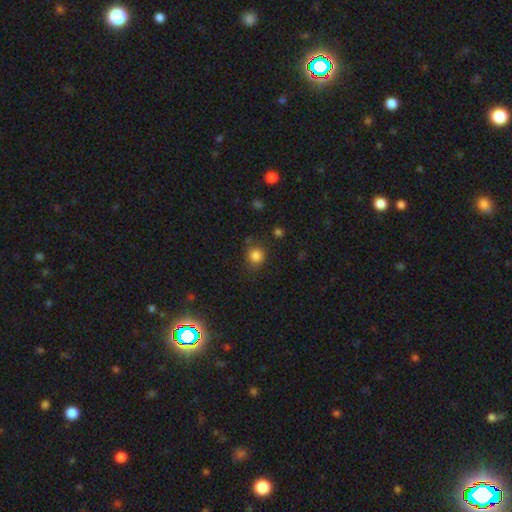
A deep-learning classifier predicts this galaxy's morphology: Smooth or featured?
  - smooth: 83% *
  - star or artifact: 12%
  - featured or disk: 5%
How rounded?
  - round: 84% *
  - in between: 15%
  - cigar-shaped: 1%
Merging?
  - none: 76% *
  - minor disturbance: 16%
  - major disturbance: 5%
  - merger: 3%